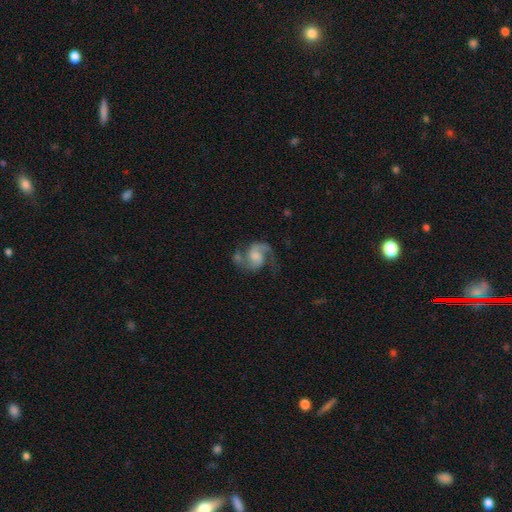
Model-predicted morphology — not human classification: Smooth or featured? Predicted: featured or disk (p=0.85). Edge-on disk? Predicted: no (p=0.98). Bar? Predicted: no (p=0.51). Spiral arms? Predicted: yes (p=0.97). Spiral winding? Predicted: medium (p=0.53). Spiral arm count? Predicted: 2 (p=0.89). Bulge size? Predicted: moderate (p=0.31). Merging? Predicted: none (p=0.59).